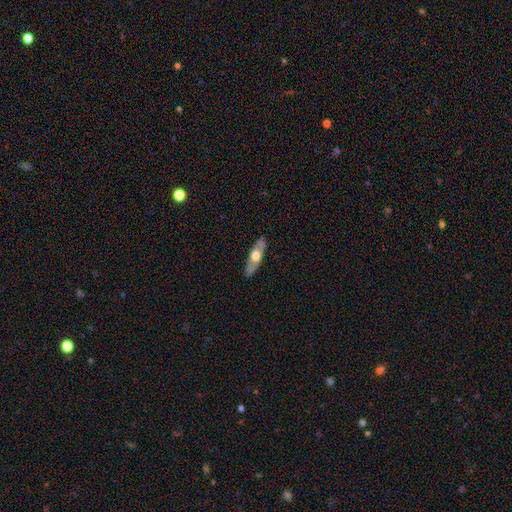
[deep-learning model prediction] A featured or disk galaxy (53%) viewed edge-on (53%).

Vote fractions:
- Smooth or featured? featured or disk: 53% / smooth: 42% / star or artifact: 5%
- Edge-on disk? yes: 53% / no: 47%
- Merging? none: 85% / minor disturbance: 11% / major disturbance: 2% / merger: 1%